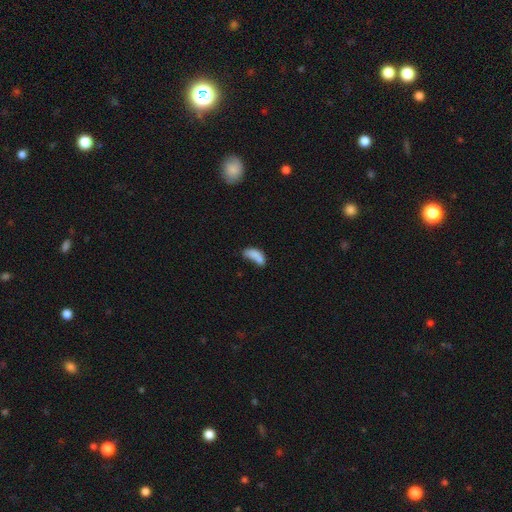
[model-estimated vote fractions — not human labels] smooth-or-featured: smooth: 76% | featured or disk: 14% | star or artifact: 10%
  how-rounded: in between: 83% | cigar-shaped: 13% | round: 4%
  merging: merger: 32% | none: 30% | minor disturbance: 22% | major disturbance: 17%